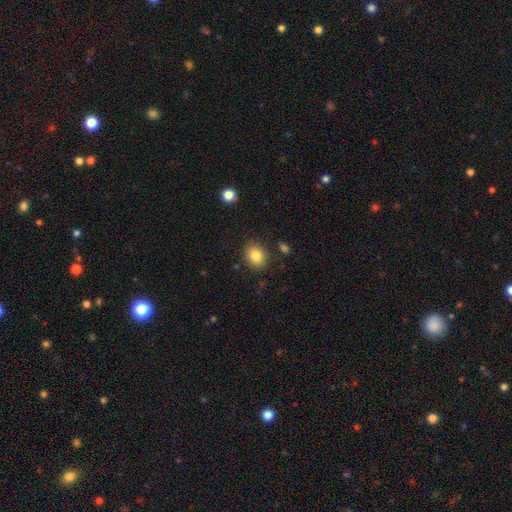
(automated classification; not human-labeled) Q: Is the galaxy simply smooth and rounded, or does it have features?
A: smooth — 84%.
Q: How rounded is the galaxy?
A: in between — 54%.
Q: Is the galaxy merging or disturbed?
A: none — 85%.